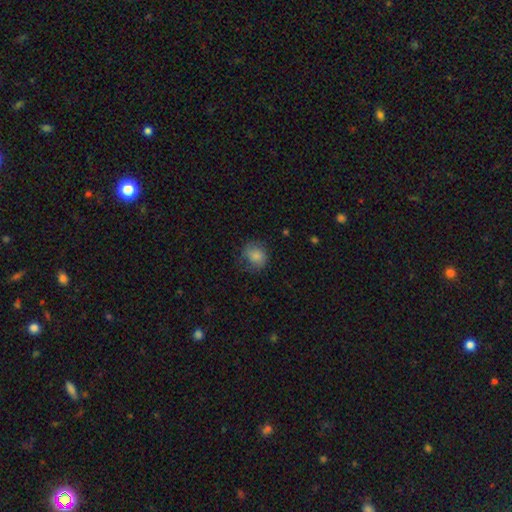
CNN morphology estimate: Smooth or featured?
  - smooth: 80% *
  - featured or disk: 12%
  - star or artifact: 8%
How rounded?
  - round: 75% *
  - in between: 24%
  - cigar-shaped: 1%
Merging?
  - none: 64% *
  - minor disturbance: 24%
  - major disturbance: 11%
  - merger: 1%